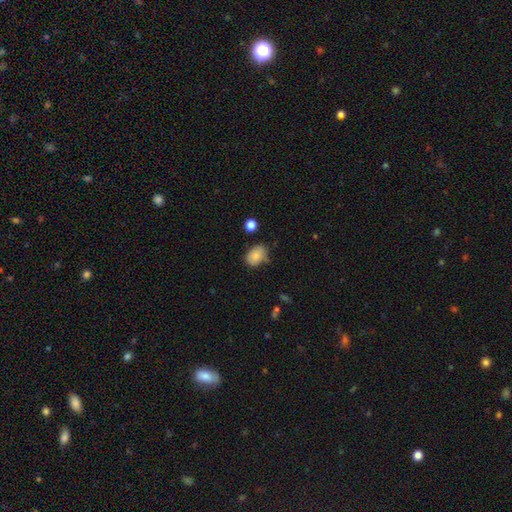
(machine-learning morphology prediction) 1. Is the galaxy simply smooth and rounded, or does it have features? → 85% smooth, 8% star or artifact, 7% featured or disk.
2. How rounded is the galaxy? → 80% in between, 19% round, 1% cigar-shaped.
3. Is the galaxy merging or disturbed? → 68% none, 24% minor disturbance, 5% major disturbance, 4% merger.